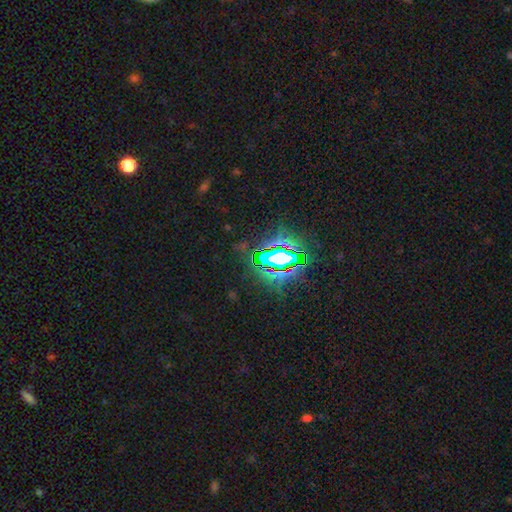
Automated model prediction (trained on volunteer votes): Smooth or featured: star or artifact — 79% (smooth — 12%)